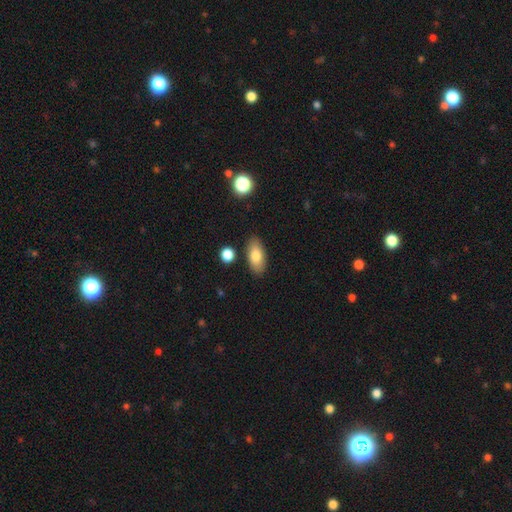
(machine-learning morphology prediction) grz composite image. It shows a smooth galaxy with no disk features (79%) that is in between round and cigar-shaped (89%). Merging: none (85%).